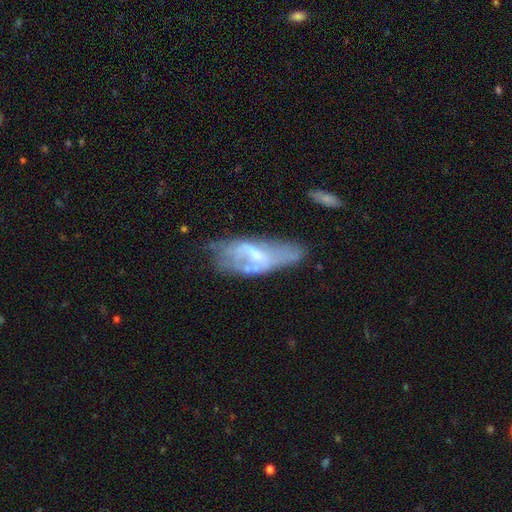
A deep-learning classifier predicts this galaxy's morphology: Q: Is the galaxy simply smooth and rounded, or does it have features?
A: featured or disk — 58%.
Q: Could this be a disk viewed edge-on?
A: no — 89%.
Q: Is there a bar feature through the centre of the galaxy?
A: no — 52%.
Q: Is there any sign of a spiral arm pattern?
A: no — 68%.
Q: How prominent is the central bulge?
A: small — 45%.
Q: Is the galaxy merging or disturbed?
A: none — 34%.